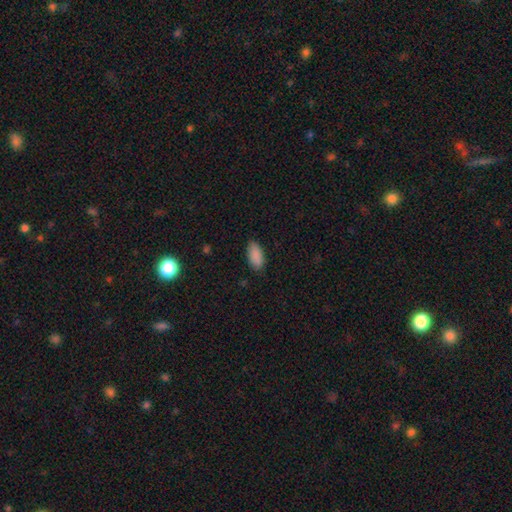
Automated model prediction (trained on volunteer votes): smooth-or-featured: smooth: 89% | star or artifact: 7% | featured or disk: 4%
  how-rounded: in between: 91% | cigar-shaped: 7% | round: 2%
  merging: none: 84% | minor disturbance: 12% | major disturbance: 2% | merger: 1%